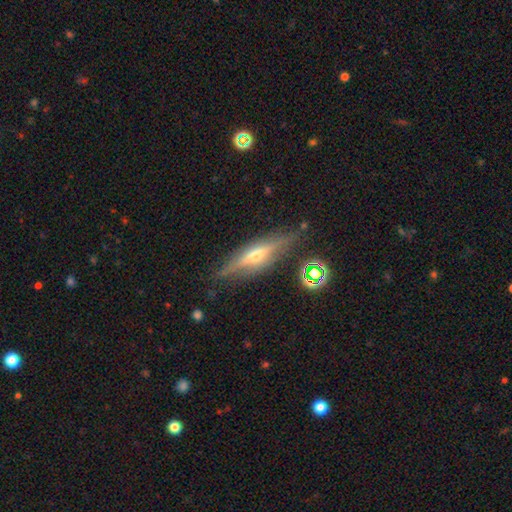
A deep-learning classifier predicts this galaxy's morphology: type=featured or disk (70%); edge-on=yes (94%); edge-on bulge=rounded (84%); merging=none (84%).